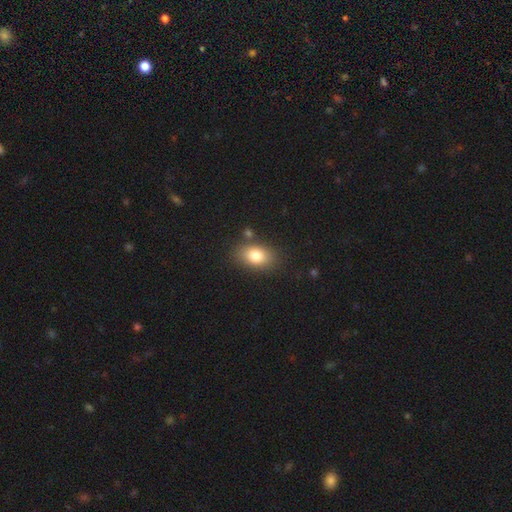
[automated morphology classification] type=smooth (81%); roundness=in between (84%); merging=none (79%).